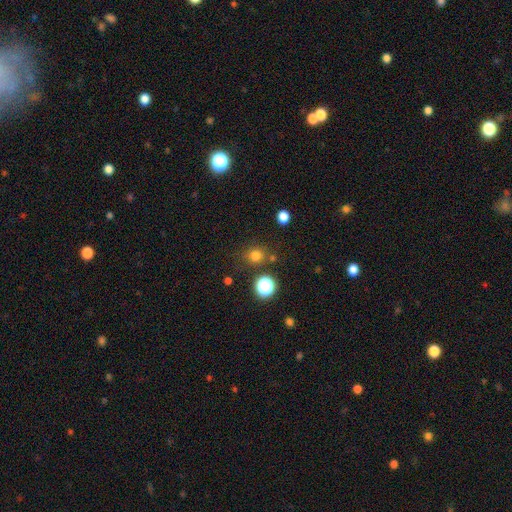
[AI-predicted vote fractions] smooth 76%, star or artifact 19%, featured or disk 6%. Down the decision tree: how rounded — round (85%); merging — none (79%).